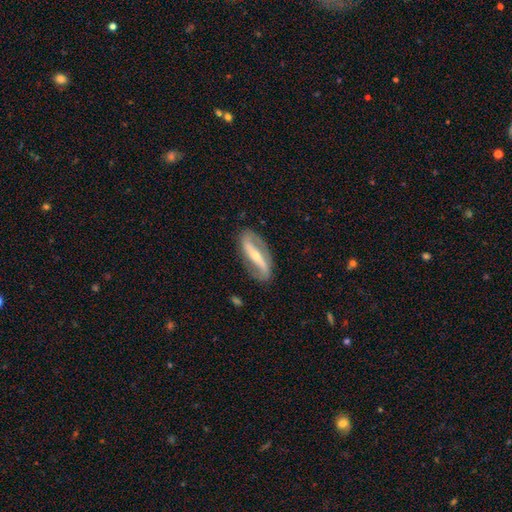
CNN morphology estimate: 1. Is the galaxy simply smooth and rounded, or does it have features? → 83% featured or disk, 12% smooth, 5% star or artifact.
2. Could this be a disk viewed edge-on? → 86% no, 14% yes.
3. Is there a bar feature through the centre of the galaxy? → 72% strong, 15% weak, 13% no.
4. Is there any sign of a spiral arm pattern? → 85% yes, 15% no.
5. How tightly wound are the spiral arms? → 44% loose, 35% medium, 22% tight.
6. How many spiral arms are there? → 90% 2, 5% can't tell, 3% 1, 1% 3, 1% 4, 1% more than 4.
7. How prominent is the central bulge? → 58% small, 37% moderate, 2% large, 2% none, 1% dominant.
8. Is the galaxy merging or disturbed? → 83% none, 12% minor disturbance, 4% major disturbance, 1% merger.